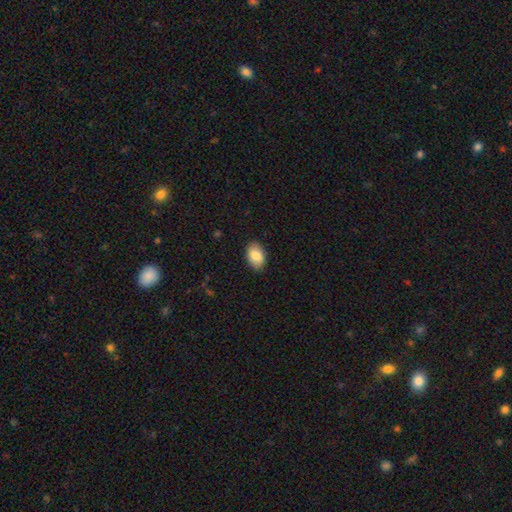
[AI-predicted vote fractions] This is clearly a smooth galaxy (83%). How rounded: clearly in between (90%). Merging: clearly none (88%).